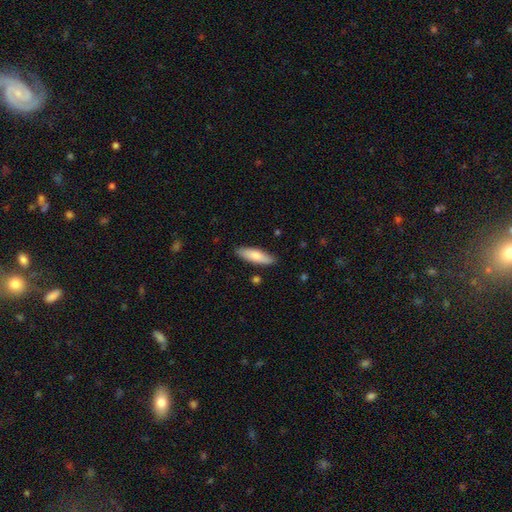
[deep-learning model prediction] Smooth or featured? smooth (78%)
How rounded? in between (50%)
Merging? none (86%)